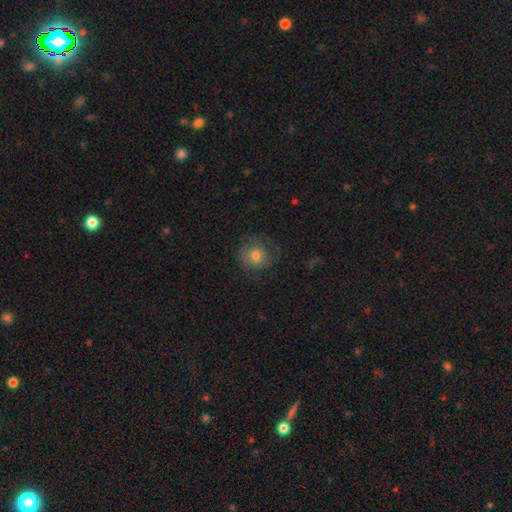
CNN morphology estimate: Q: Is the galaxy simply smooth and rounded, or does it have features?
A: smooth — 63%.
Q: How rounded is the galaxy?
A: round — 84%.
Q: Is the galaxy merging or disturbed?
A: none — 63%.